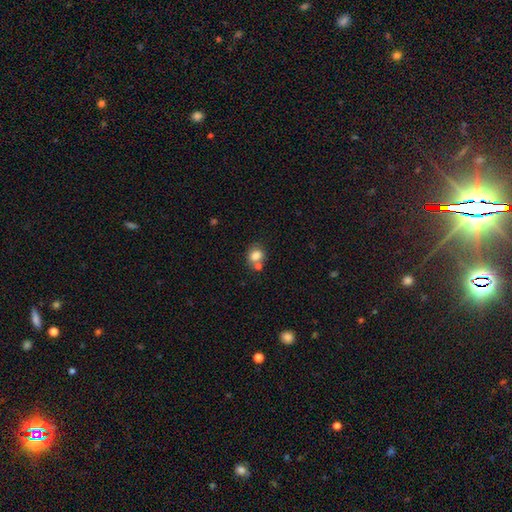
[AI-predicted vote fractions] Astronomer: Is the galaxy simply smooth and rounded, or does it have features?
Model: smooth — 80%.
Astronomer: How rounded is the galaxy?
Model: round — 57% (runner-up: in between, 42%).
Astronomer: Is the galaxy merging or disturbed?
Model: none — 49% (runner-up: merger, 33%).